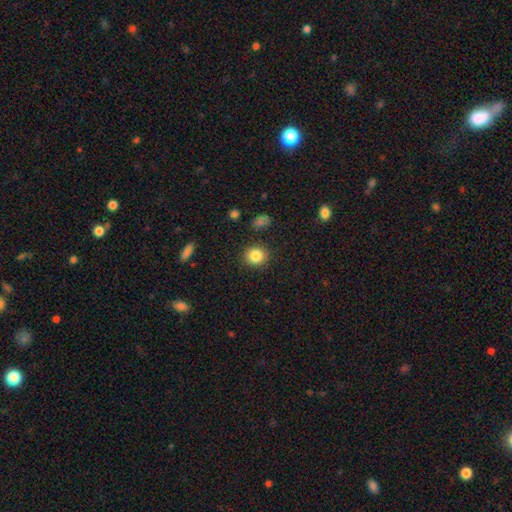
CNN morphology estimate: smooth-or-featured: smooth: 85% | star or artifact: 10% | featured or disk: 5%
  how-rounded: round: 82% | in between: 17% | cigar-shaped: 1%
  merging: none: 88% | minor disturbance: 8% | major disturbance: 2% | merger: 2%